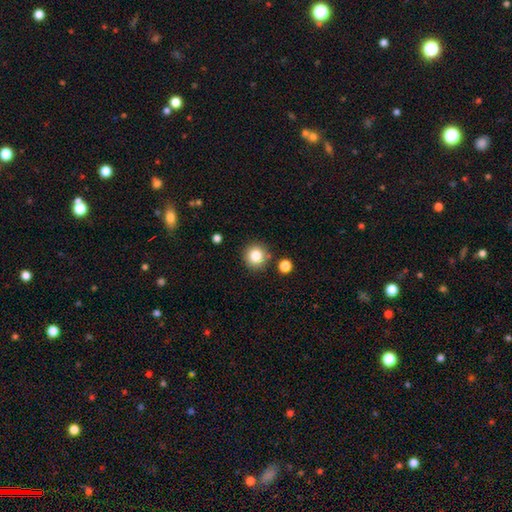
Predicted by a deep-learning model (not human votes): smooth 82%, star or artifact 11%, featured or disk 7%. Down the decision tree: how rounded — round (93%); merging — none (85%).